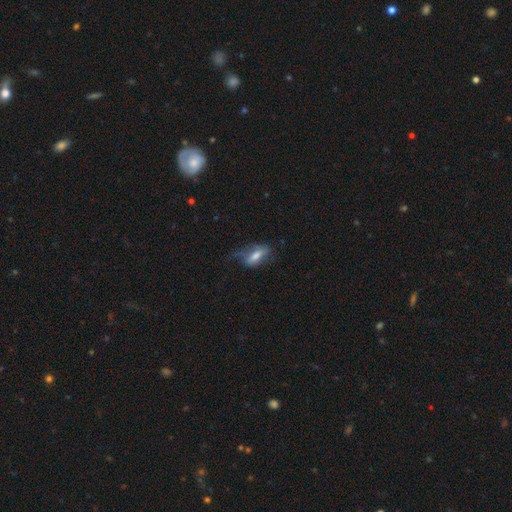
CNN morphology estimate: smooth_or_featured: smooth (p=0.58) [alt: featured or disk p=0.34]
how_rounded: in between (p=0.76) [alt: cigar-shaped p=0.20]
merging: none (p=0.42) [alt: minor disturbance p=0.29]